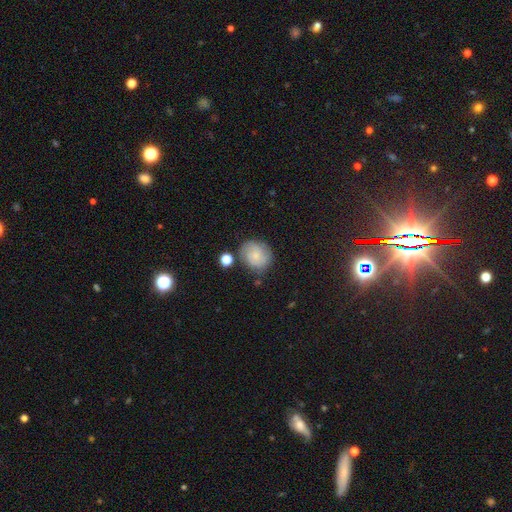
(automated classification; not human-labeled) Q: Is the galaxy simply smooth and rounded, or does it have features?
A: smooth — 65%.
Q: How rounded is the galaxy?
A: round — 75%.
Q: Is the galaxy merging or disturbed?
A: none — 69%.